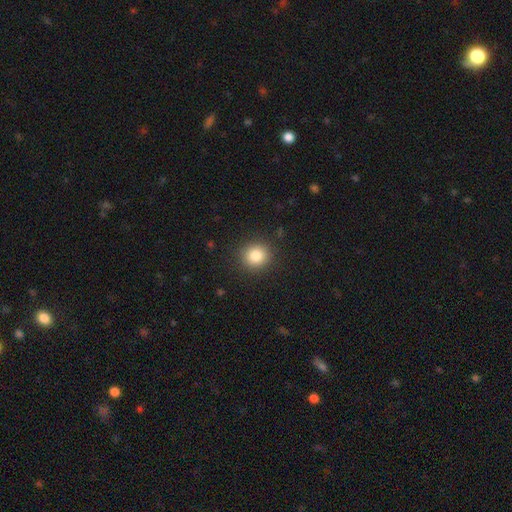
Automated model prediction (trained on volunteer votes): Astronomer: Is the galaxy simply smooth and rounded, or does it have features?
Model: smooth — 84%.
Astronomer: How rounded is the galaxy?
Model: round — 88%.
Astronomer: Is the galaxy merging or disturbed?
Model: none — 89%.